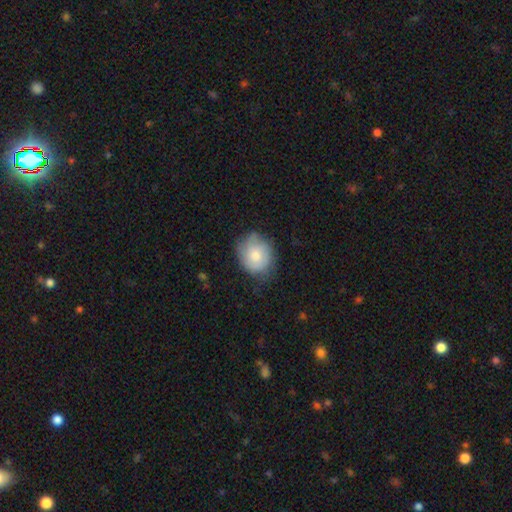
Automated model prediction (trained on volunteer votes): Overall: smooth (66%; featured or disk 27%). How rounded: round (66%; in between 33%). Merging: none (59%; minor disturbance 31%).